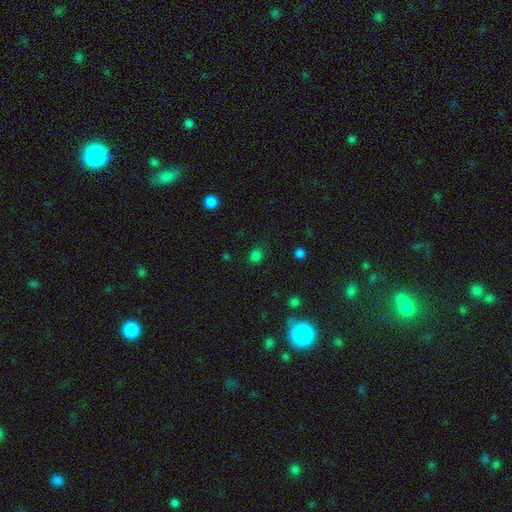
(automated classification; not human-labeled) Morphology: type=smooth (77%); roundness=round (69%); merging=none (82%).